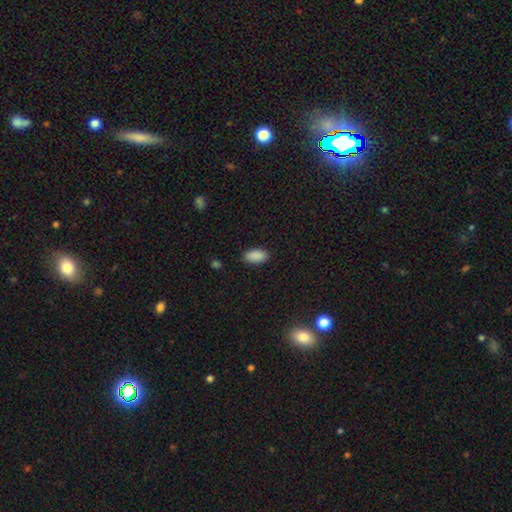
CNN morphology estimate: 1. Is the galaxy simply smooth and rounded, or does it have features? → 90% smooth, 8% star or artifact, 3% featured or disk.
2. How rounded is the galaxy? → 94% in between, 4% round, 2% cigar-shaped.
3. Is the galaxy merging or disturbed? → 87% none, 10% minor disturbance, 2% major disturbance, 1% merger.